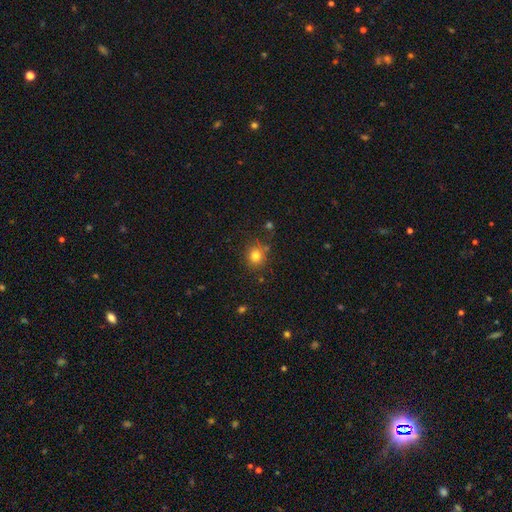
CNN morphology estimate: Smooth or featured?
  - smooth: 80% *
  - star or artifact: 13%
  - featured or disk: 7%
How rounded?
  - round: 83% *
  - in between: 16%
  - cigar-shaped: 1%
Merging?
  - none: 79% *
  - minor disturbance: 12%
  - merger: 5%
  - major disturbance: 3%